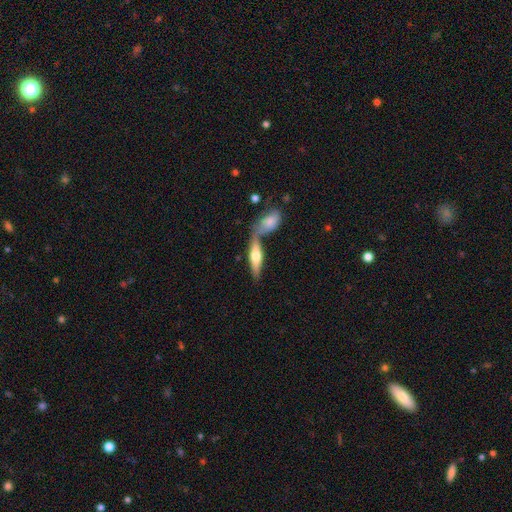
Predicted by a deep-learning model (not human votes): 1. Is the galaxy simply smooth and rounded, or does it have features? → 52% smooth, 42% featured or disk, 6% star or artifact.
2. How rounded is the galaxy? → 53% cigar-shaped, 44% in between, 3% round.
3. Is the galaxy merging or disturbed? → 45% merger, 40% none, 10% minor disturbance, 5% major disturbance.